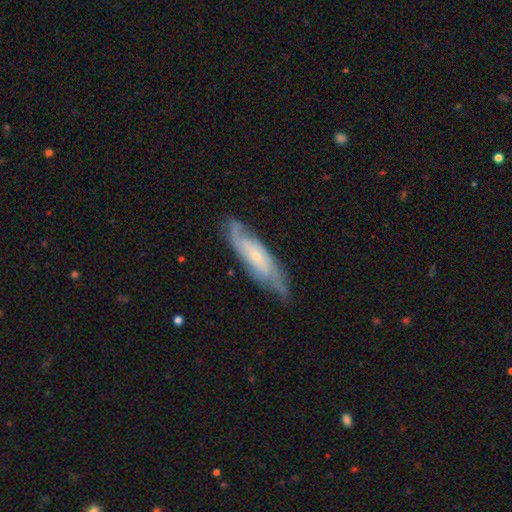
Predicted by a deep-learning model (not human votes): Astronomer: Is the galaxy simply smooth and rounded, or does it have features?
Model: featured or disk — 73%.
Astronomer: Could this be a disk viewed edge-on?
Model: no — 75%.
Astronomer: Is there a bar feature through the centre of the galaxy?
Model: no — 64%.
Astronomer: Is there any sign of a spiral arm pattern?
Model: yes — 90%.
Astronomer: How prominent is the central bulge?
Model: small — 76%.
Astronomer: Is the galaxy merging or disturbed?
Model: none — 71%.